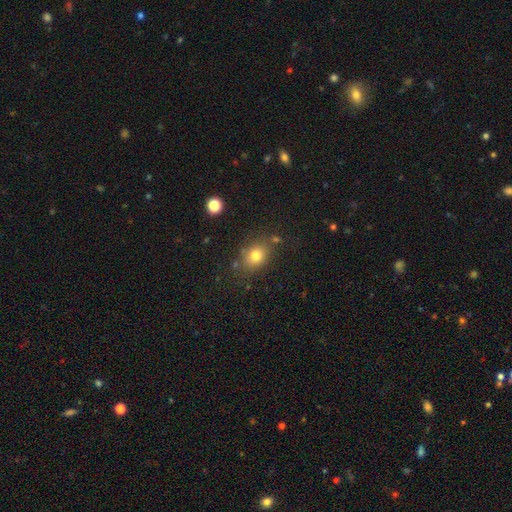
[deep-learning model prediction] Smooth or featured: smooth — 78% (star or artifact — 13%)
How rounded: in between — 55% (round — 43%)
Merging: none — 75% (minor disturbance — 14%)